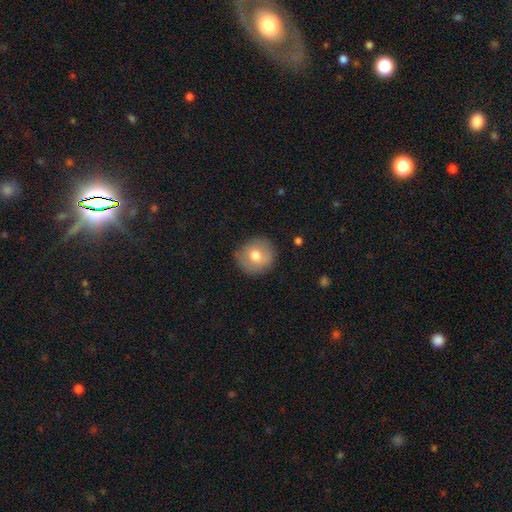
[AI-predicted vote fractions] Smooth or featured? Predicted: smooth (p=0.71). How rounded? Predicted: round (p=0.91). Merging? Predicted: none (p=0.86).